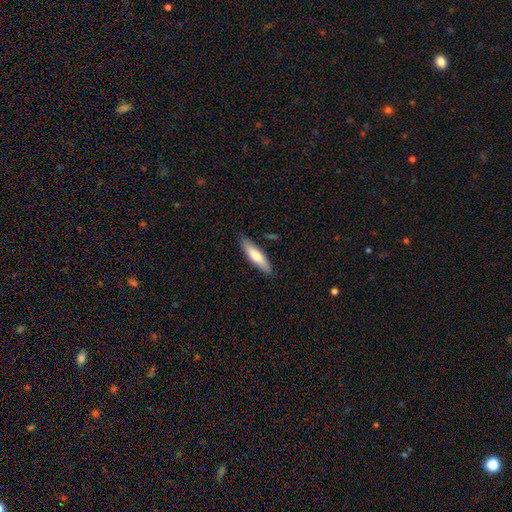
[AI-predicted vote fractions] smooth_or_featured: smooth (p=0.70) [alt: featured or disk p=0.24]
how_rounded: cigar-shaped (p=0.68) [alt: in between p=0.30]
merging: none (p=0.87) [alt: minor disturbance p=0.10]